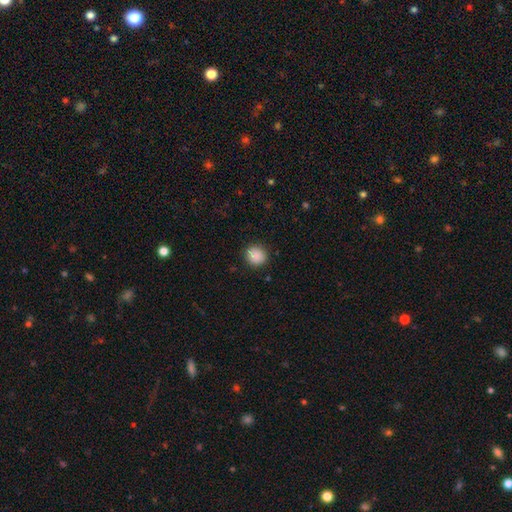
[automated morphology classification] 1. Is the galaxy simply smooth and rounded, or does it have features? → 88% smooth, 8% star or artifact, 3% featured or disk.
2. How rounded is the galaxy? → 85% round, 14% in between, 1% cigar-shaped.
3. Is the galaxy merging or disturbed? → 89% none, 8% minor disturbance, 2% major disturbance, 1% merger.